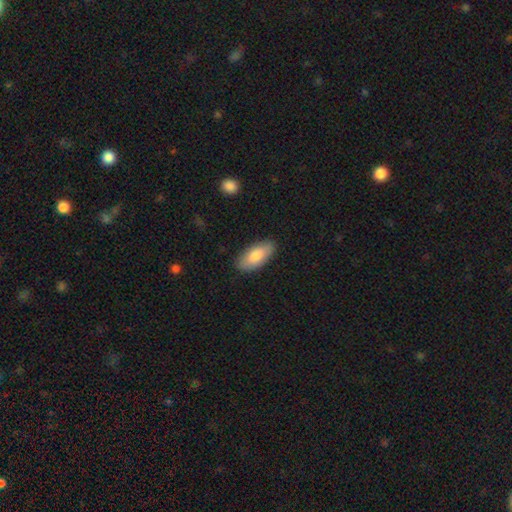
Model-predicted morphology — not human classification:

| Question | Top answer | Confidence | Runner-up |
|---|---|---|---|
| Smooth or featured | smooth | 82% | featured or disk (13%) |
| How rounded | in between | 87% | cigar-shaped (11%) |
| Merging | none | 86% | minor disturbance (10%) |